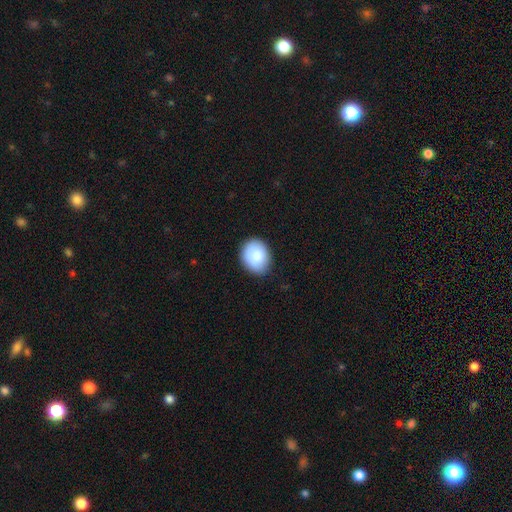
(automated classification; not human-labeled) Overall: smooth (86%). How rounded: round (52%; in between 47%). Merging: none (83%).